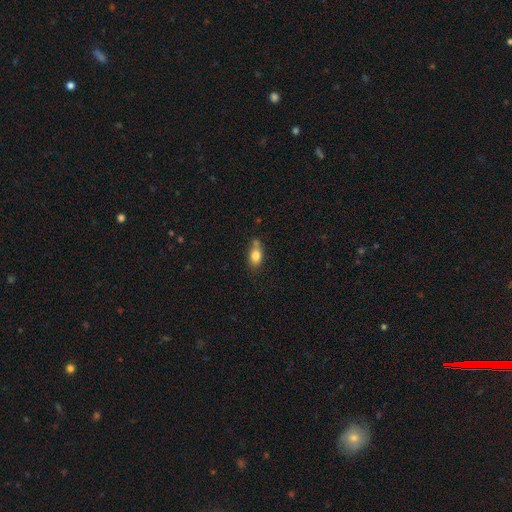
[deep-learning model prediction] The model was most divided on "merging": none: 58%, minor disturbance: 22%, merger: 16%, major disturbance: 5%. More confident: how rounded — in between (82%); smooth or featured — smooth (80%).